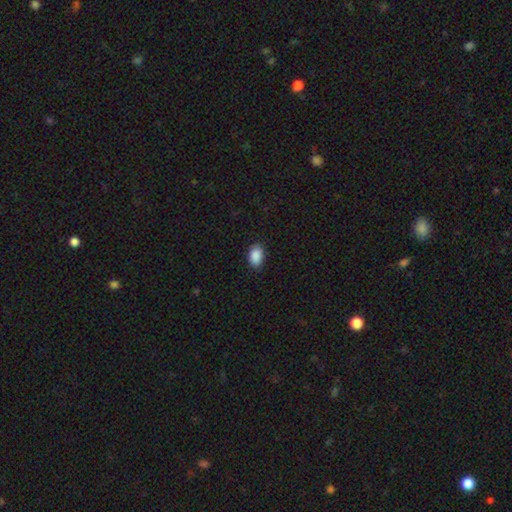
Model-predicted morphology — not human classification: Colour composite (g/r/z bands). It shows a smooth galaxy with no disk features (90%) that is in between round and cigar-shaped (87%). Merging: none (87%).